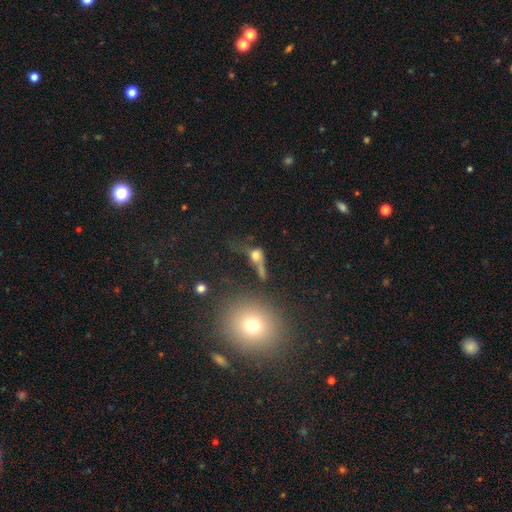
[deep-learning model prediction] Smooth or featured?
  - smooth: 55% *
  - featured or disk: 25%
  - star or artifact: 20%
How rounded?
  - in between: 45% *
  - round: 42%
  - cigar-shaped: 12%
Merging?
  - major disturbance: 32% *
  - merger: 28%
  - none: 25%
  - minor disturbance: 15%